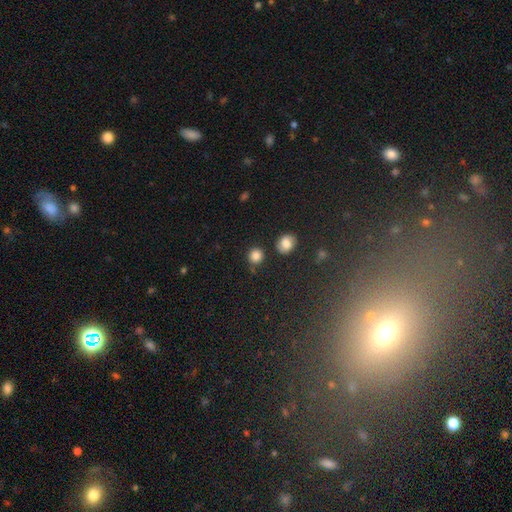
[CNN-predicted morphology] Overall: smooth (85%). How rounded: round (89%). Merging: none (80%).